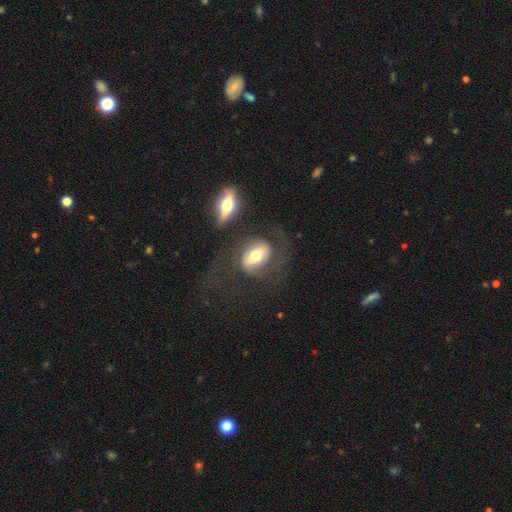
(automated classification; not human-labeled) A featured or disk galaxy (58%). Merging: none (52%).